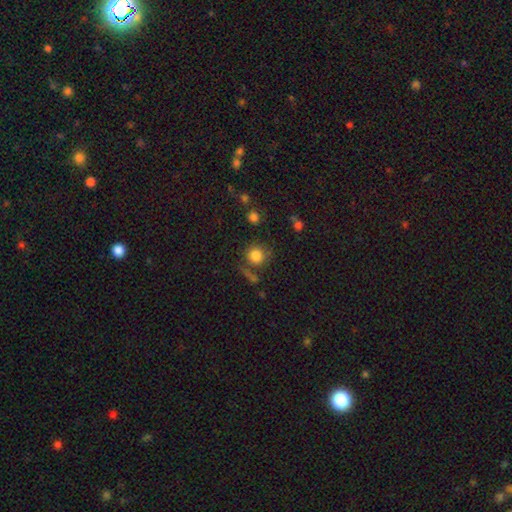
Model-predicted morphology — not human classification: Smooth or featured: smooth — 81% (star or artifact — 11%)
How rounded: round — 90% (in between — 9%)
Merging: none — 70% (minor disturbance — 13%)